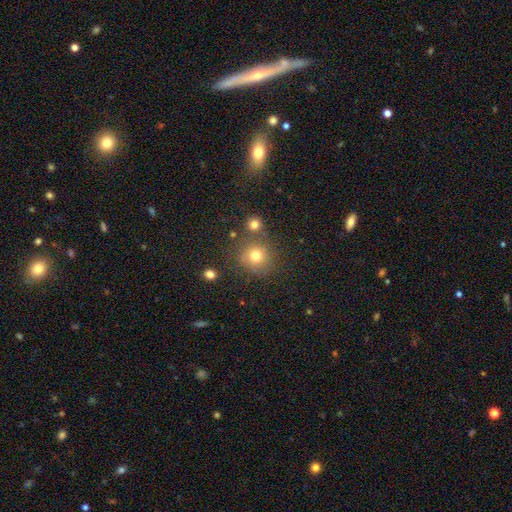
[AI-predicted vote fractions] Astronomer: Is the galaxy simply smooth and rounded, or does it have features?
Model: smooth — 75%.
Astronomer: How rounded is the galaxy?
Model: round — 89%.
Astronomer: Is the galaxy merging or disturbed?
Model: none — 70%.